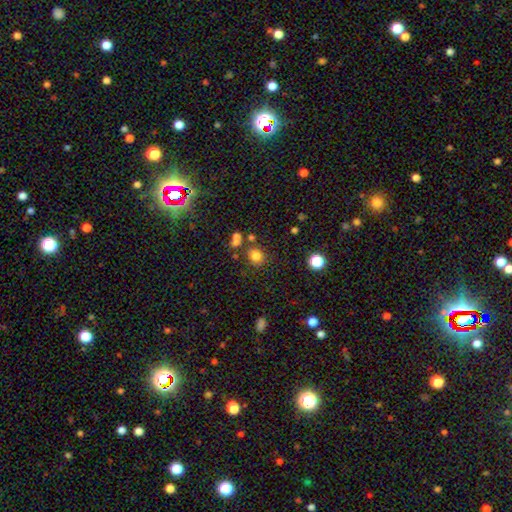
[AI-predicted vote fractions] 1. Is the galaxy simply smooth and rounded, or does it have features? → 78% smooth, 16% star or artifact, 6% featured or disk.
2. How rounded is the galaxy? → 74% round, 25% in between, 1% cigar-shaped.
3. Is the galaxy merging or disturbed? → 73% none, 11% minor disturbance, 11% merger, 5% major disturbance.